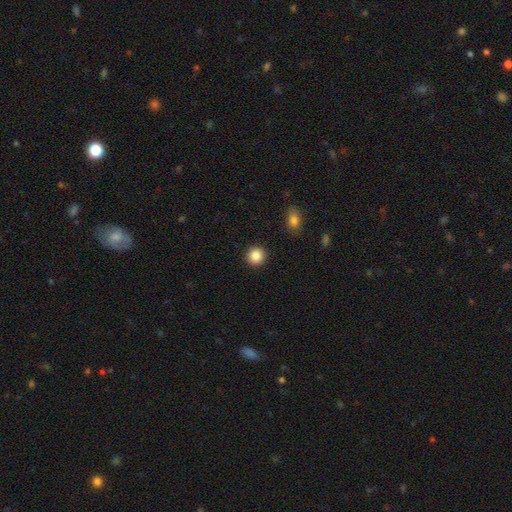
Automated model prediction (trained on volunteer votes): smooth_or_featured: smooth (p=0.87) [alt: star or artifact p=0.09]
how_rounded: round (p=0.93) [alt: in between p=0.06]
merging: none (p=0.93) [alt: minor disturbance p=0.04]